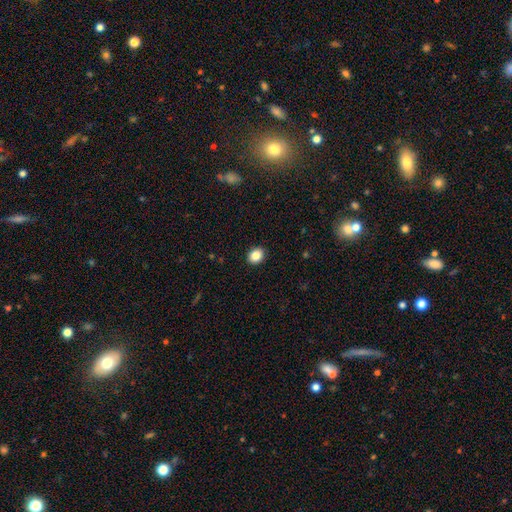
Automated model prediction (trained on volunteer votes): This is clearly a smooth galaxy (86%). How rounded: possibly round (50%). Merging: clearly none (91%).